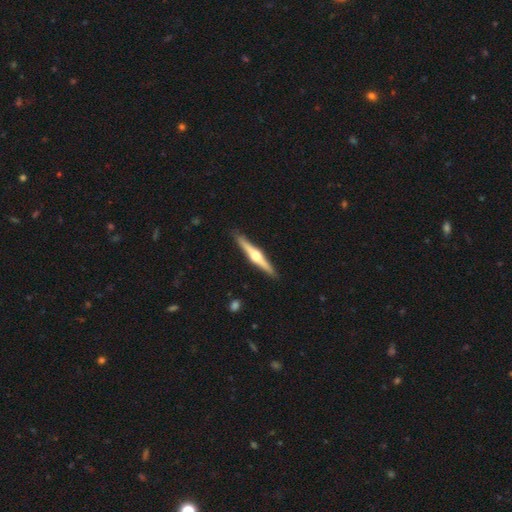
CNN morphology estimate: smooth-or-featured: featured or disk: 73% | smooth: 23% | star or artifact: 5%
  disk-edge-on: yes: 98% | no: 2%
    edge-on-bulge: rounded: 94% | boxy: 3% | none: 3%
  merging: none: 91% | minor disturbance: 7% | major disturbance: 1% | merger: 1%